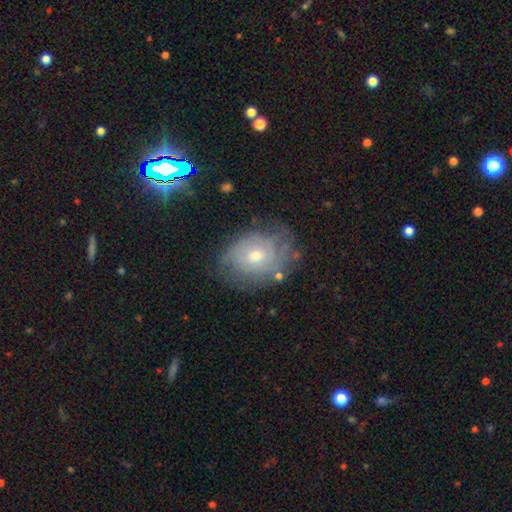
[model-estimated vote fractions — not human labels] Morphology: type=featured or disk (58%); edge-on=no (95%); bar=no (76%); spiral arms=yes (72%); bulge=moderate (61%); merging=none (65%).